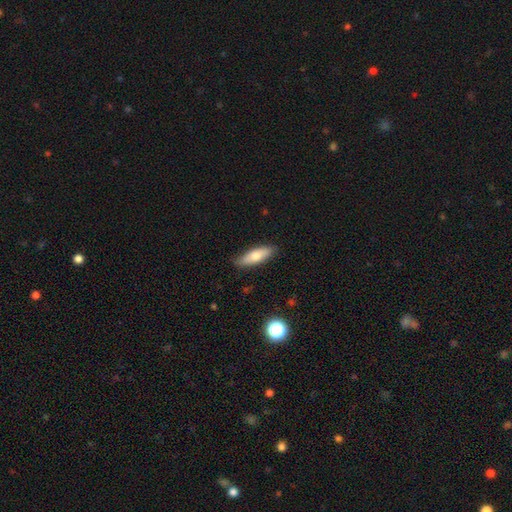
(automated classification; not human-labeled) A smooth galaxy with no disk features (71%) that is in between round and cigar-shaped (54%). Merging: none (84%).